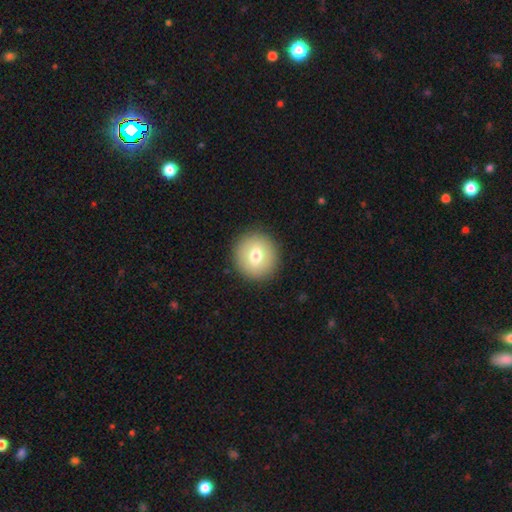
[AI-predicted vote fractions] A smooth galaxy with no disk features (73%) that is round (92%). Merging: none (91%).